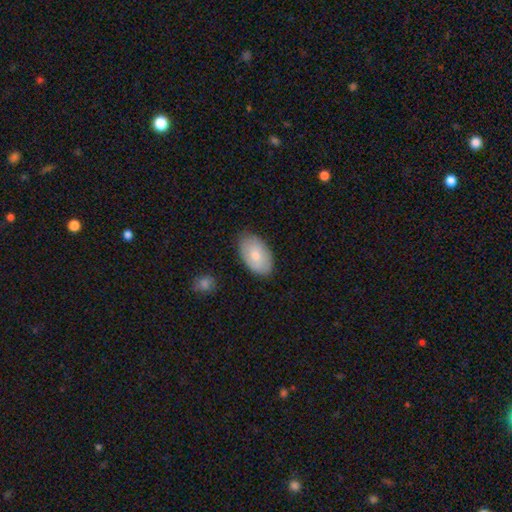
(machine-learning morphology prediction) A smooth galaxy with no disk features (77%) that is in between round and cigar-shaped (94%).

Vote fractions:
- Smooth or featured? smooth: 77% / featured or disk: 18% / star or artifact: 6%
- How rounded? in between: 94% / round: 4% / cigar-shaped: 1%
- Merging? none: 81% / minor disturbance: 15% / major disturbance: 3% / merger: 2%